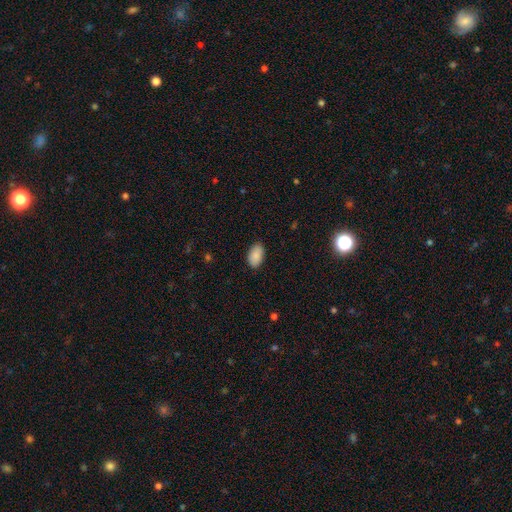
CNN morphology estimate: Smooth or featured? Predicted: smooth (p=0.88). How rounded? Predicted: in between (p=0.94). Merging? Predicted: none (p=0.86).